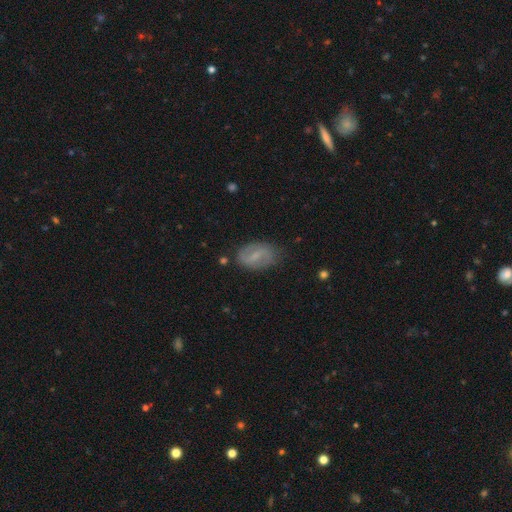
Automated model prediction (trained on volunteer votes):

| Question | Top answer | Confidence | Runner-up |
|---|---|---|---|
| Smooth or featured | featured or disk | 59% | smooth (33%) |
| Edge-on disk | no | 96% | yes (4%) |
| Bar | weak | 53% | strong (29%) |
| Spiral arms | yes | 79% | no (21%) |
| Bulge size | small | 51% | none (30%) |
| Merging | none | 75% | minor disturbance (18%) |